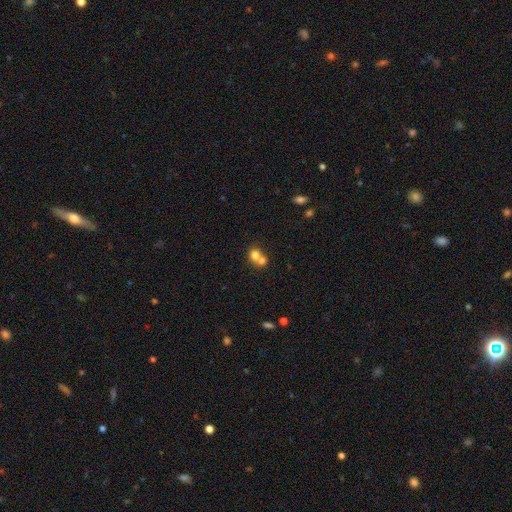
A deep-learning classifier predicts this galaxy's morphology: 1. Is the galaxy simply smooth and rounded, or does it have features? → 73% smooth, 15% featured or disk, 11% star or artifact.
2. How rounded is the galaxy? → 77% round, 22% in between, 1% cigar-shaped.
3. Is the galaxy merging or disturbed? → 64% merger, 29% none, 5% minor disturbance, 2% major disturbance.